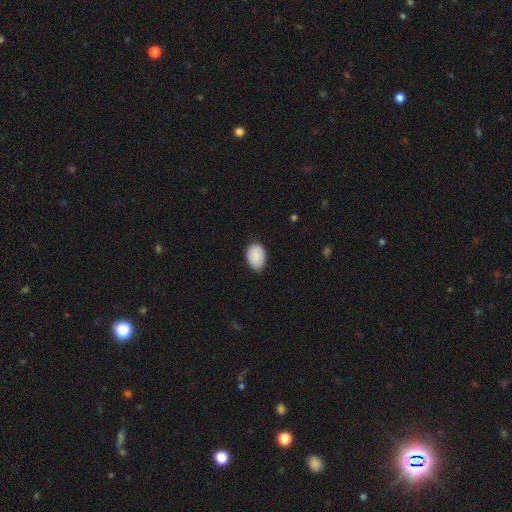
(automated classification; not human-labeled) Smooth or featured: smooth — 89% (star or artifact — 7%)
How rounded: in between — 81% (round — 18%)
Merging: none — 76% (minor disturbance — 20%)